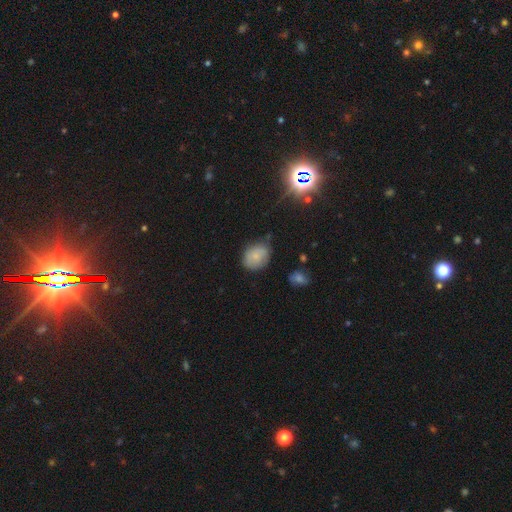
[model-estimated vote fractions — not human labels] smooth_or_featured: smooth (p=0.75) [alt: featured or disk p=0.14]
how_rounded: in between (p=0.53) [alt: round p=0.46]
merging: none (p=0.62) [alt: minor disturbance p=0.29]